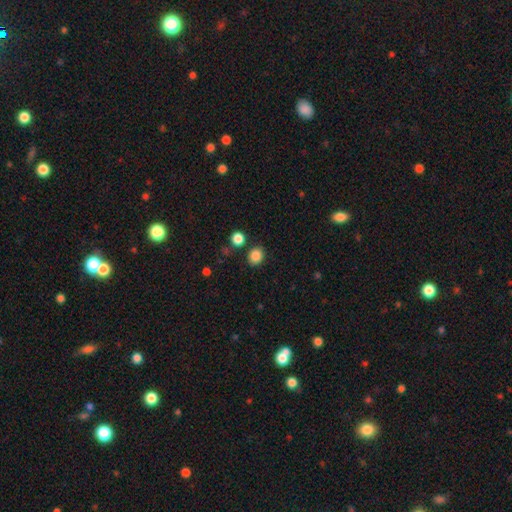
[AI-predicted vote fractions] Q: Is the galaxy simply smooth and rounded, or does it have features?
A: smooth — 85%.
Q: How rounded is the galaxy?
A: round — 64%.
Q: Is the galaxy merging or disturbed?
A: none — 83%.